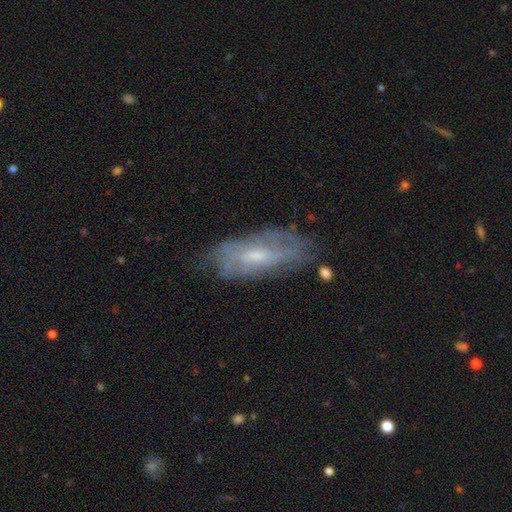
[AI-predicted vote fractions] Morphology: type=featured or disk (60%); edge-on=no (83%); bar=no (51%); spiral arms=yes (58%); bulge=small (51%); merging=none (63%).